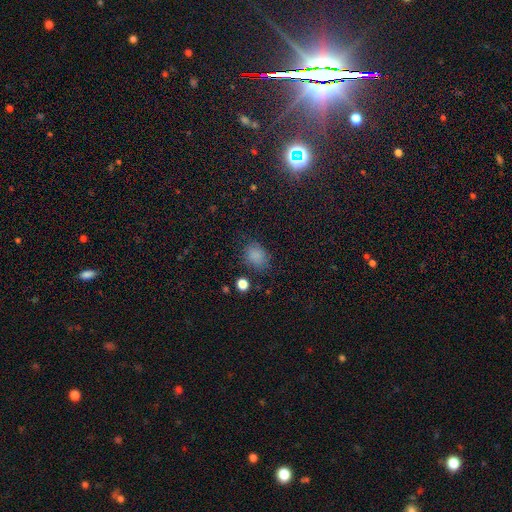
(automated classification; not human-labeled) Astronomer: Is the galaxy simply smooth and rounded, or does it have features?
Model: smooth — 80%.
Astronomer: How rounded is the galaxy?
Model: in between — 59% (runner-up: round, 40%).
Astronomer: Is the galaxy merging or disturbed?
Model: none — 75%.